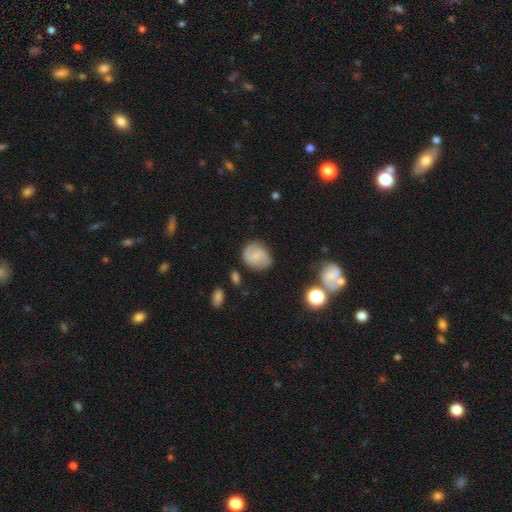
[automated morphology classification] smooth_or_featured: smooth (p=0.55) [alt: featured or disk p=0.36]
how_rounded: round (p=0.57) [alt: in between p=0.42]
merging: none (p=0.68) [alt: minor disturbance p=0.22]